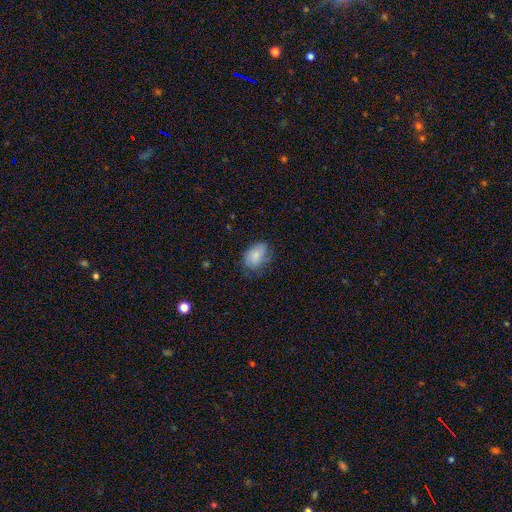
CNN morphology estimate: Smooth or featured?
  - smooth: 80% *
  - featured or disk: 13%
  - star or artifact: 7%
How rounded?
  - in between: 86% *
  - round: 12%
  - cigar-shaped: 1%
Merging?
  - none: 62% *
  - minor disturbance: 28%
  - major disturbance: 9%
  - merger: 1%